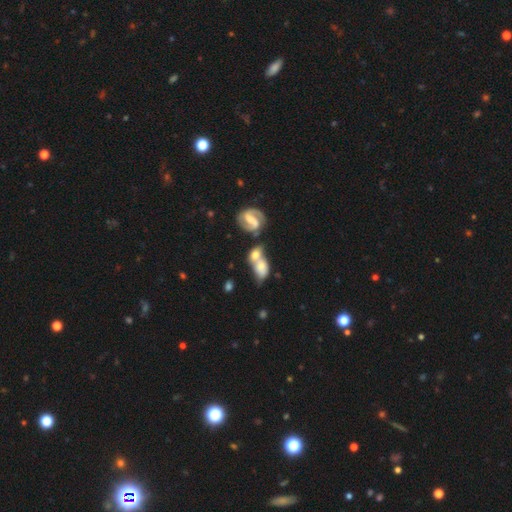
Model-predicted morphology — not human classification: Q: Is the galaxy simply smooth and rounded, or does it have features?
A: featured or disk — 54%.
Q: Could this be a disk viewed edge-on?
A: no — 89%.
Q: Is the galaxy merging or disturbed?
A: merger — 49%.